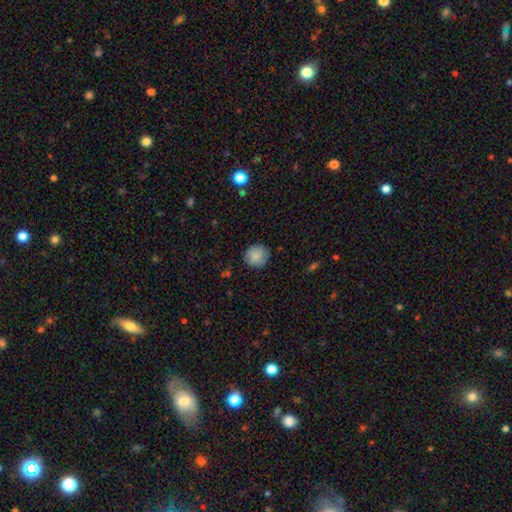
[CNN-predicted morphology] Q: Smooth or featured?
A: smooth (84%); runner-up: featured or disk (8%)
Q: How rounded?
A: round (91%); runner-up: in between (8%)
Q: Merging?
A: none (86%); runner-up: minor disturbance (11%)